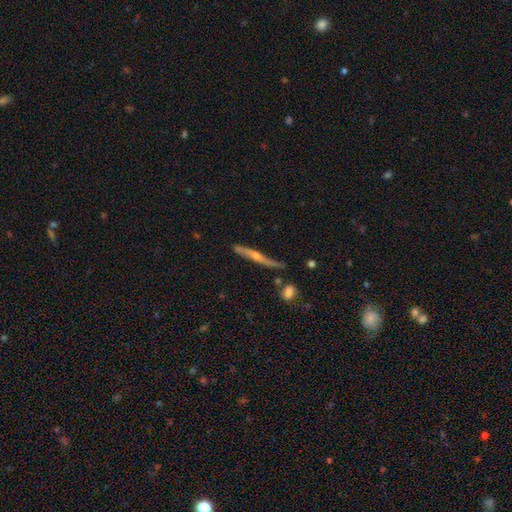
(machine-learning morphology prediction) A featured or disk galaxy (71%) viewed edge-on (94%) with a rounded central bulge (80%). Merging: none (76%).